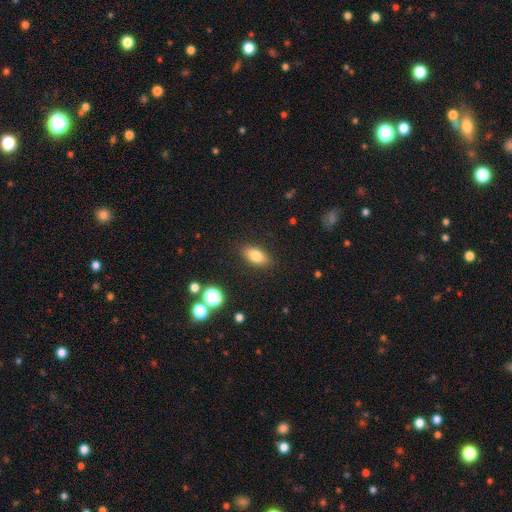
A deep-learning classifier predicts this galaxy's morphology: type=smooth (80%); roundness=in between (86%); merging=none (86%).